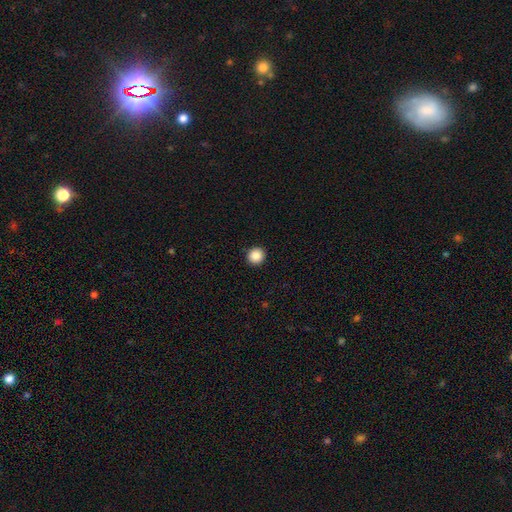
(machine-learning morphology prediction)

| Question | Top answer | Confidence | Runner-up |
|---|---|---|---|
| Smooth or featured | smooth | 88% | star or artifact (9%) |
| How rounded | round | 93% | in between (6%) |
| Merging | none | 93% | minor disturbance (4%) |